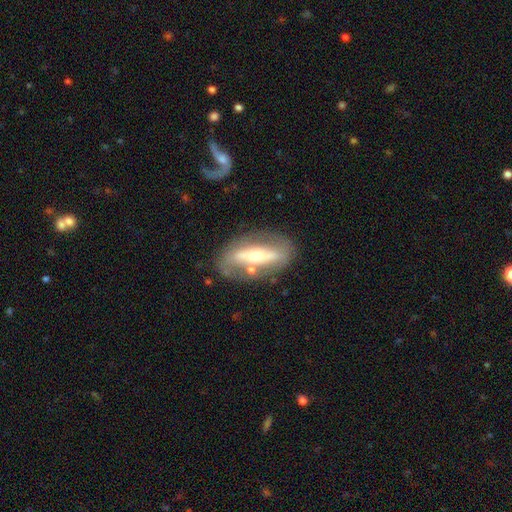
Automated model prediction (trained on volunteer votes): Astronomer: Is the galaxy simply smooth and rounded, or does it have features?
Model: featured or disk — 72%.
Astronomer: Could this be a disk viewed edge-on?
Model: no — 74%.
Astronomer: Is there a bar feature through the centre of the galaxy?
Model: strong — 58%.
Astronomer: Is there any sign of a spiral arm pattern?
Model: yes — 64%.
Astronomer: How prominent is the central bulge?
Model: moderate — 60%.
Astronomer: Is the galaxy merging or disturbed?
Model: none — 64%.